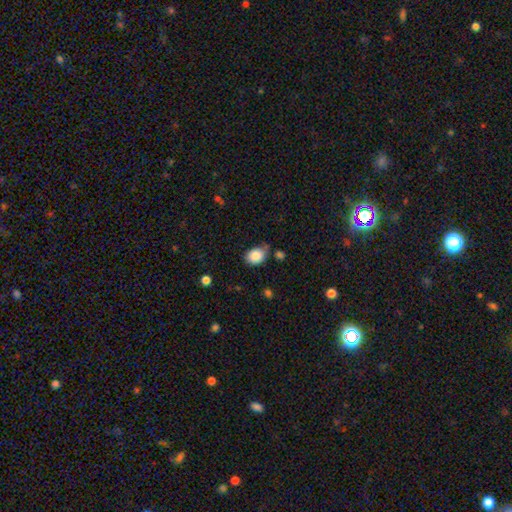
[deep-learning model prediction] Morphology: type=smooth (86%); roundness=in between (58%); merging=none (56%).